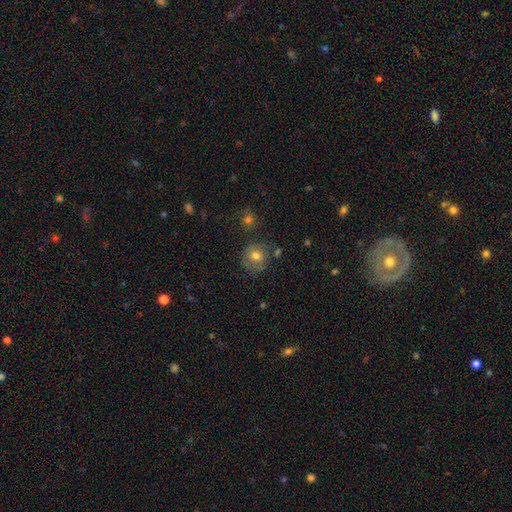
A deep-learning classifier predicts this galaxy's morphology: Q: Smooth or featured?
A: smooth (72%); runner-up: featured or disk (18%)
Q: How rounded?
A: round (83%); runner-up: in between (16%)
Q: Merging?
A: none (65%); runner-up: minor disturbance (21%)